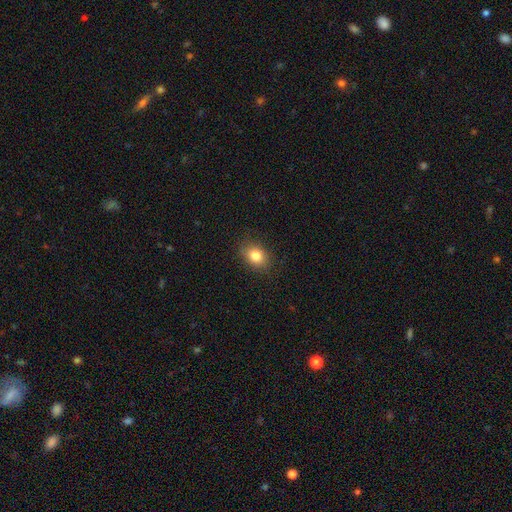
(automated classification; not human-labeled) smooth_or_featured: smooth (p=0.82) [alt: star or artifact p=0.10]
how_rounded: in between (p=0.60) [alt: round p=0.38]
merging: none (p=0.85) [alt: minor disturbance p=0.11]